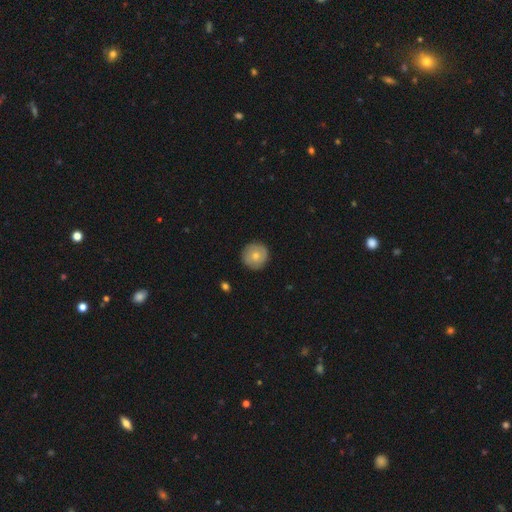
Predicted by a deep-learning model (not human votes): Morphology: type=smooth (70%); roundness=round (95%); merging=none (90%).